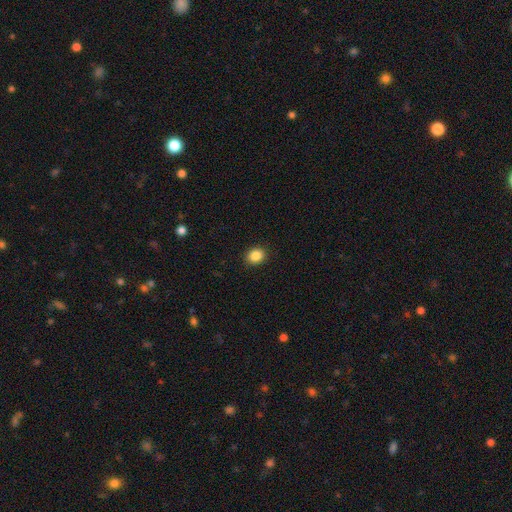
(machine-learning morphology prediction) Overall: smooth (87%). How rounded: round (63%; in between 36%). Merging: none (91%).